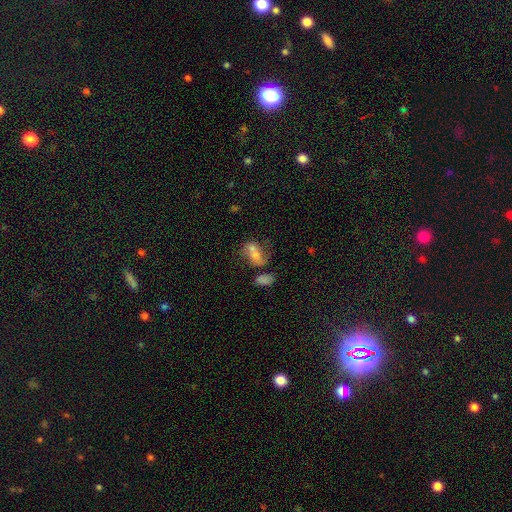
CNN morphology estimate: Smooth or featured? Predicted: smooth (p=0.57). How rounded? Predicted: in between (p=0.78). Merging? Predicted: merger (p=0.49).